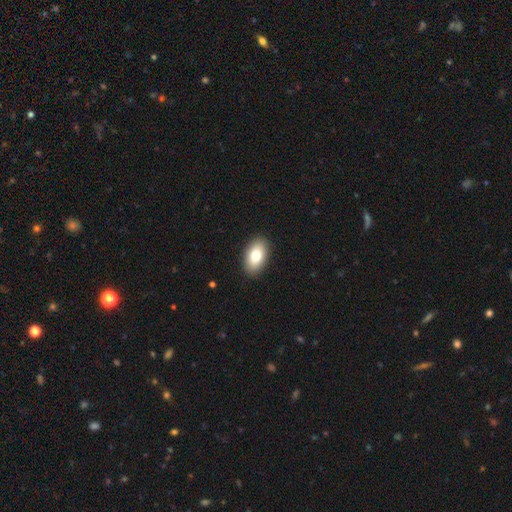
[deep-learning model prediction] This appears to be a smooth galaxy with no disk features (79%) that is in between round and cigar-shaped (93%). Merging: none (90%).